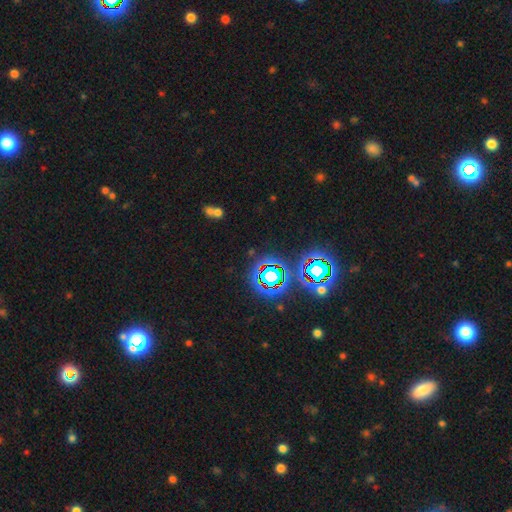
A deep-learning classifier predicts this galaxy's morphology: Smooth or featured? star or artifact (78%)